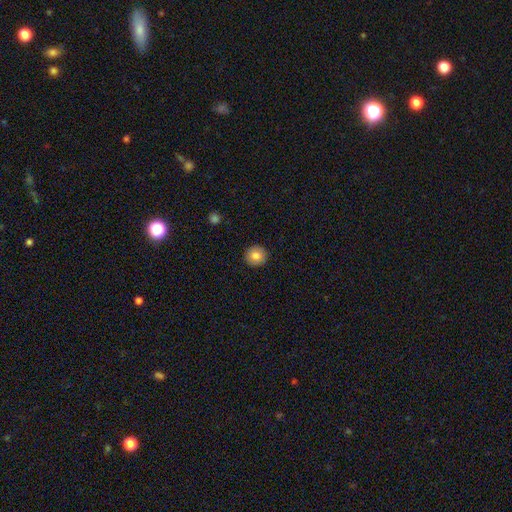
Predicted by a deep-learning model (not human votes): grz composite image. It shows a smooth galaxy with no disk features (83%) that is round (91%). Merging: none (92%).